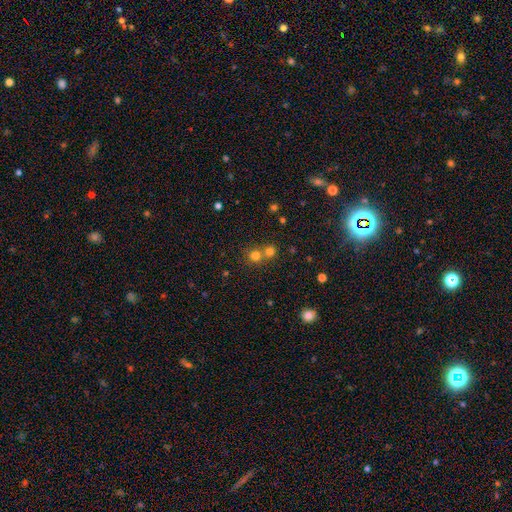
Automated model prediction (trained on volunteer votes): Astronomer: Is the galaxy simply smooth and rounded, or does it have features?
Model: smooth — 75%.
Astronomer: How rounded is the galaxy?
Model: round — 89%.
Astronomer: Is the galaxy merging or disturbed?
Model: none — 51% (runner-up: merger, 43%).